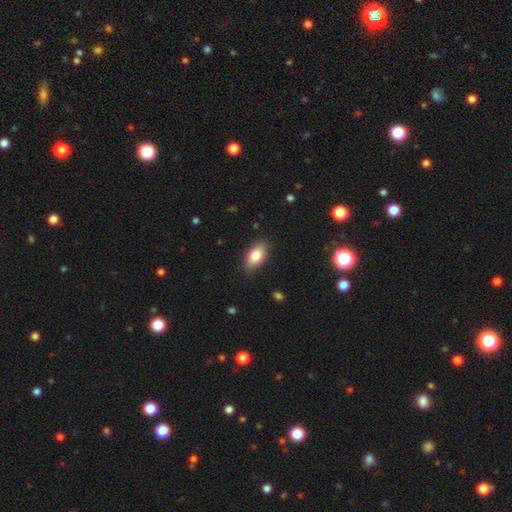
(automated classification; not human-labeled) Smooth or featured? smooth (81%)
How rounded? in between (90%)
Merging? none (87%)